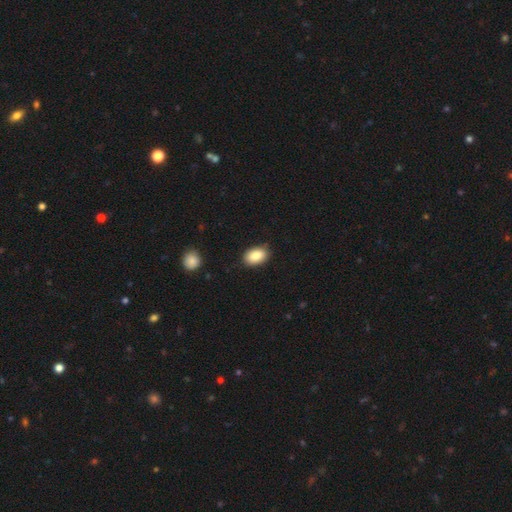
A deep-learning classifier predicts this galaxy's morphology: Smooth or featured? Predicted: smooth (p=0.86). How rounded? Predicted: in between (p=0.87). Merging? Predicted: none (p=0.86).